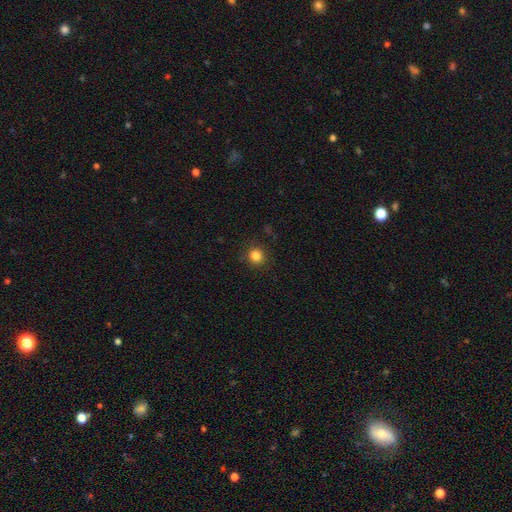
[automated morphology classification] smooth_or_featured: smooth (p=0.84) [alt: star or artifact p=0.12]
how_rounded: round (p=0.91) [alt: in between p=0.09]
merging: none (p=0.89) [alt: minor disturbance p=0.07]